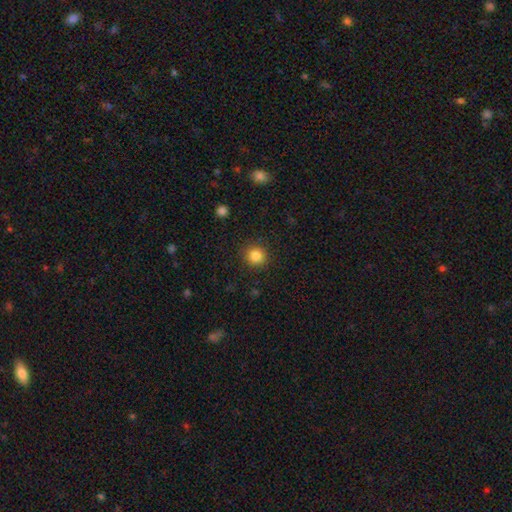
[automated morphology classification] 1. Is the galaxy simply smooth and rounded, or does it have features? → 85% smooth, 11% star or artifact, 4% featured or disk.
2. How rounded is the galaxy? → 93% round, 6% in between, 1% cigar-shaped.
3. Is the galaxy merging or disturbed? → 90% none, 6% minor disturbance, 3% major disturbance, 1% merger.